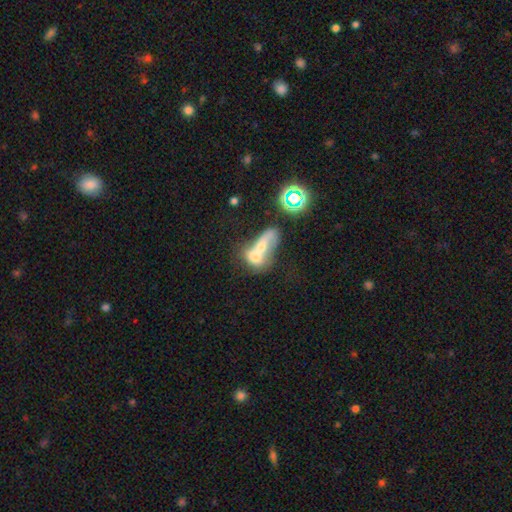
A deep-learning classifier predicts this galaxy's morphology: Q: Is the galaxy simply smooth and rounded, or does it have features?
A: smooth — 55%.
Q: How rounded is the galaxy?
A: in between — 64%.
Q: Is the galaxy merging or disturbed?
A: merger — 76%.